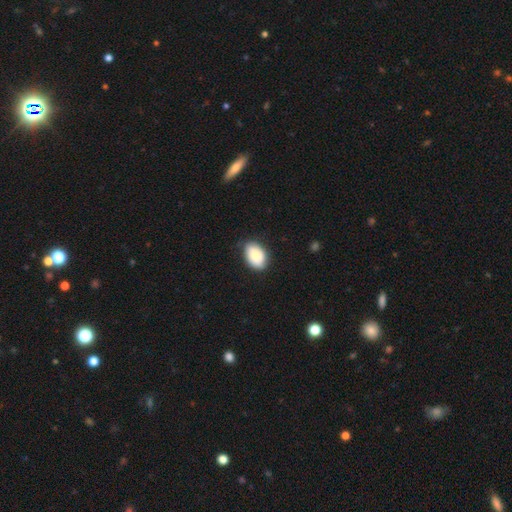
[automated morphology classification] type=smooth (82%); roundness=in between (87%); merging=none (79%).